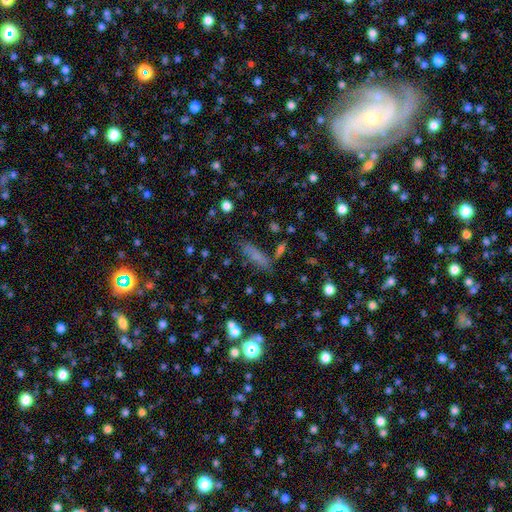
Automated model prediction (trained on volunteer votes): Overall: smooth (72%). How rounded: cigar-shaped (56%; in between 40%). Merging: none (68%).